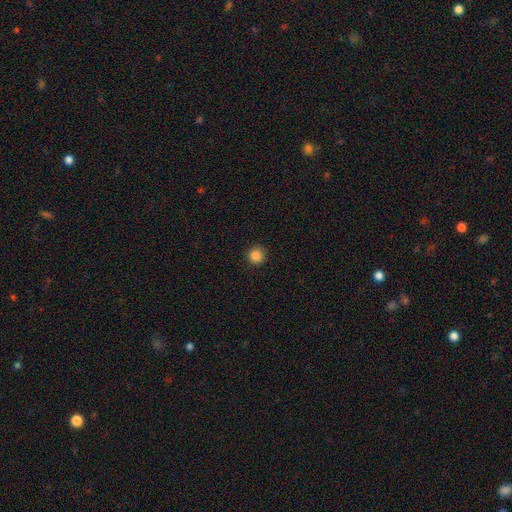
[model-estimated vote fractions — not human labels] The model was most divided on "smooth or featured": smooth: 85%, star or artifact: 11%, featured or disk: 4%. More confident: how rounded — round (95%); merging — none (92%).